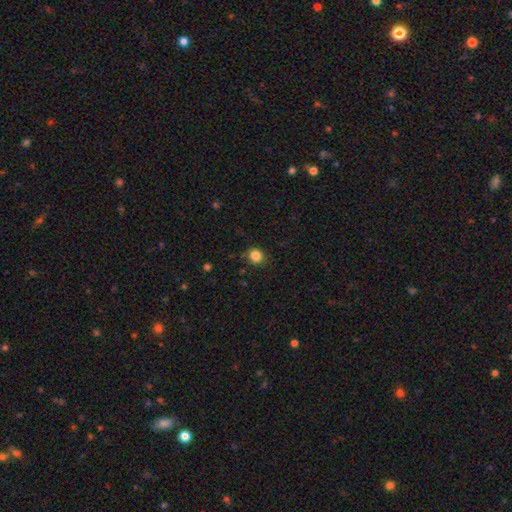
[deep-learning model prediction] Smooth or featured? Predicted: smooth (p=0.85). How rounded? Predicted: round (p=0.85). Merging? Predicted: none (p=0.86).